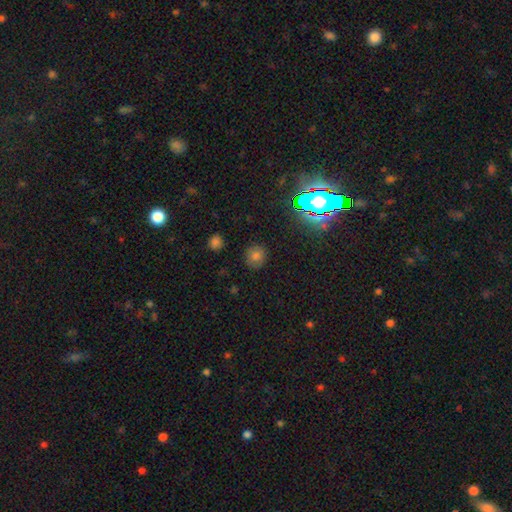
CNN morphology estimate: A smooth galaxy with no disk features (72%) that is round (88%). Merging: none (88%).